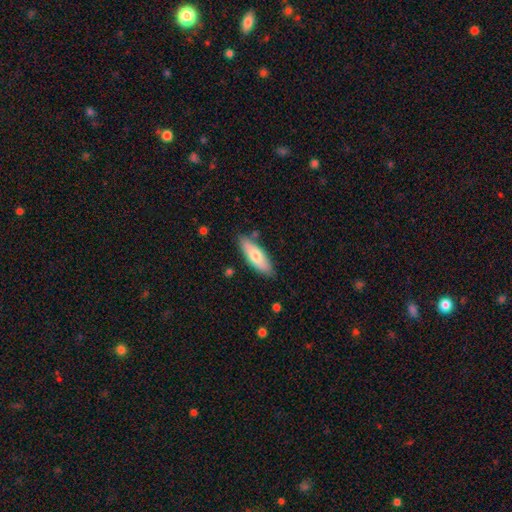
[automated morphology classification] Smooth or featured? smooth (69%)
How rounded? in between (61%)
Merging? none (82%)